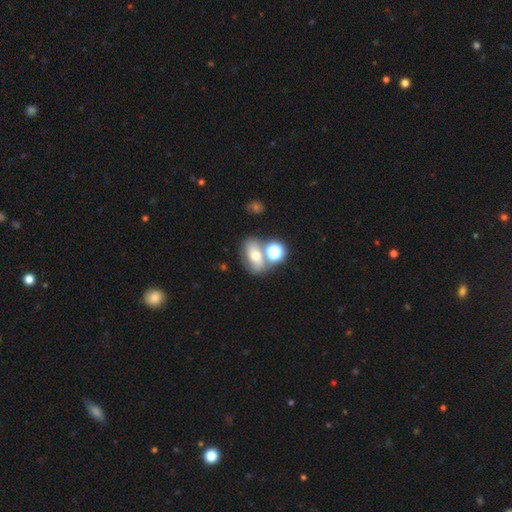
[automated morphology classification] Q: Smooth or featured?
A: smooth (50%); runner-up: featured or disk (33%)
Q: How rounded?
A: in between (69%); runner-up: round (28%)
Q: Merging?
A: none (47%); runner-up: merger (30%)